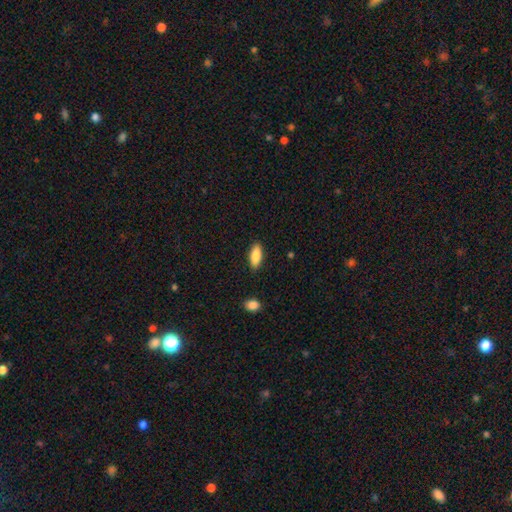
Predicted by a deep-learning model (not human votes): Smooth or featured: smooth — 84% (featured or disk — 9%)
How rounded: in between — 79% (cigar-shaped — 18%)
Merging: none — 88% (minor disturbance — 9%)